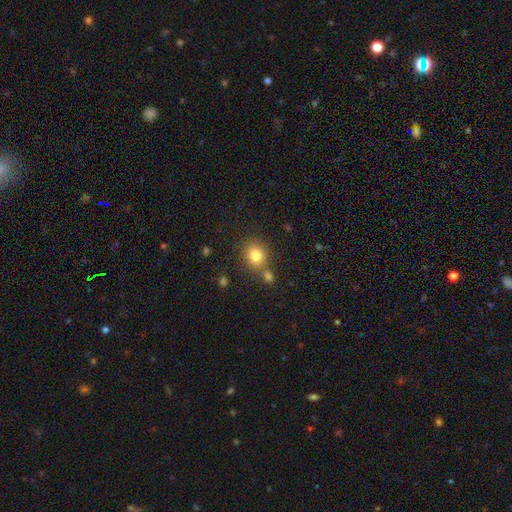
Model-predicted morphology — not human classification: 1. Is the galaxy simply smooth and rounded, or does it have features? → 82% smooth, 11% star or artifact, 7% featured or disk.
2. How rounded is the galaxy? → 75% round, 24% in between, 1% cigar-shaped.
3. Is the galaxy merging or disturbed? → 67% none, 18% merger, 11% minor disturbance, 4% major disturbance.